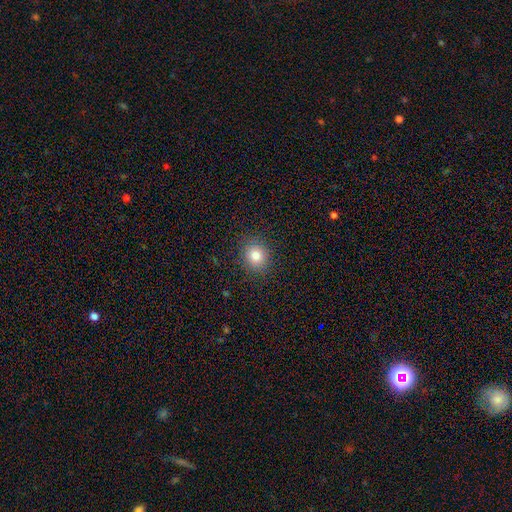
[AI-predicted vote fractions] Smooth or featured? smooth (82%)
How rounded? round (80%)
Merging? none (89%)